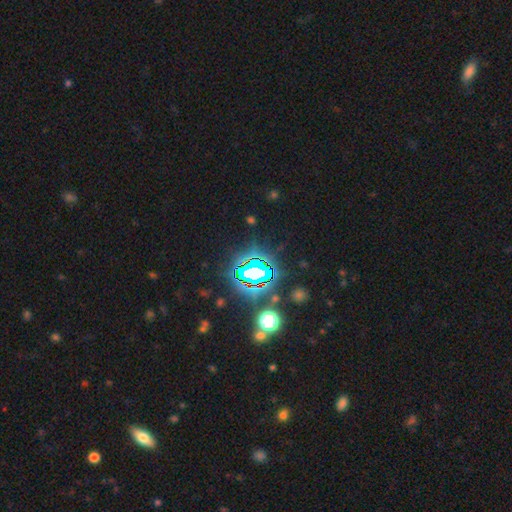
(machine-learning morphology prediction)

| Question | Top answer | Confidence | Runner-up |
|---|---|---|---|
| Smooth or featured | star or artifact | 84% | smooth (10%) |